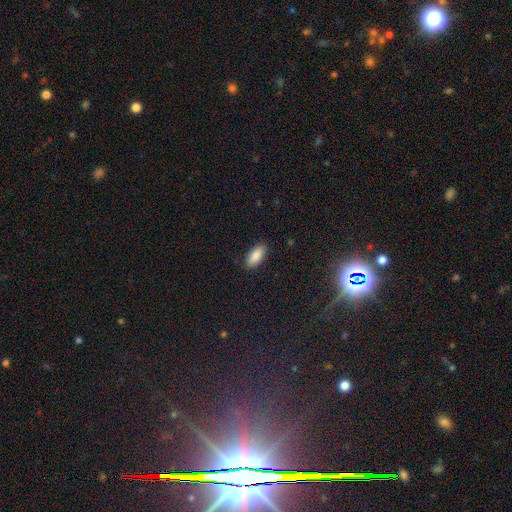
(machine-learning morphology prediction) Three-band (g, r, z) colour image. It shows a smooth galaxy with no disk features (88%) that is in between round and cigar-shaped (89%). Merging: none (88%).